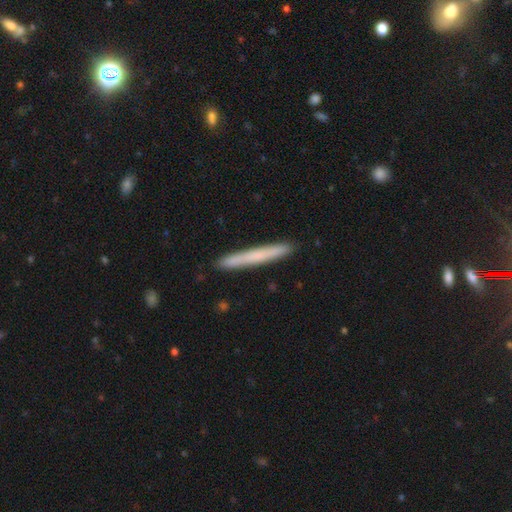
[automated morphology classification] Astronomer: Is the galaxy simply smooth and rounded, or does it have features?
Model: smooth — 64%.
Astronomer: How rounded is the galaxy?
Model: cigar-shaped — 97%.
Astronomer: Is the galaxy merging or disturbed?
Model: none — 91%.